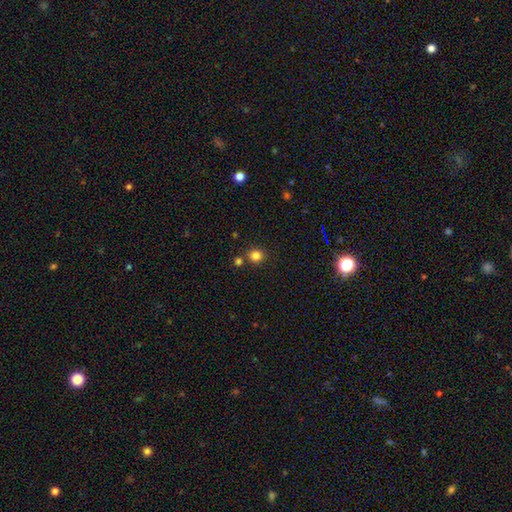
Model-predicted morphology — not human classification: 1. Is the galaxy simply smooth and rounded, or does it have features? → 82% smooth, 13% star or artifact, 4% featured or disk.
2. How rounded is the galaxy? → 85% round, 15% in between, 1% cigar-shaped.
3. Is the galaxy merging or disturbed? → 79% none, 10% merger, 8% minor disturbance, 2% major disturbance.